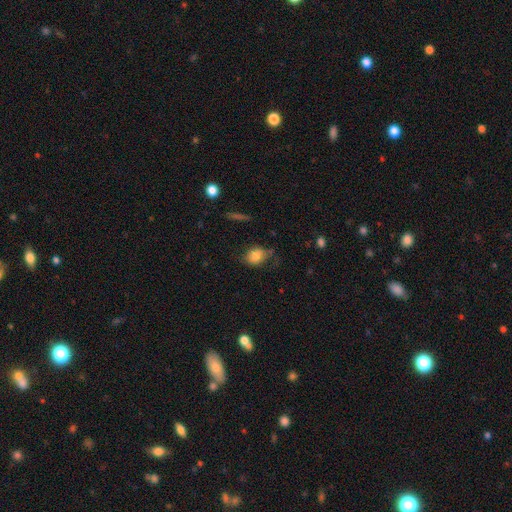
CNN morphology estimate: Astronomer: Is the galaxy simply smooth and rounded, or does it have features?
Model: smooth — 79%.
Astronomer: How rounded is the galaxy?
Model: in between — 52% (runner-up: round, 46%).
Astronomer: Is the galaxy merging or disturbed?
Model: none — 58%.